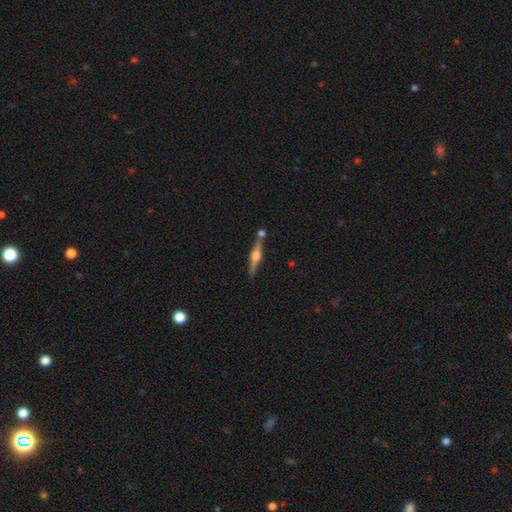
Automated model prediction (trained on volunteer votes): Q: Smooth or featured?
A: featured or disk (77%); runner-up: smooth (17%)
Q: Edge-on disk?
A: yes (98%); runner-up: no (2%)
Q: Edge-on bulge?
A: rounded (92%); runner-up: boxy (6%)
Q: Merging?
A: none (76%); runner-up: merger (12%)